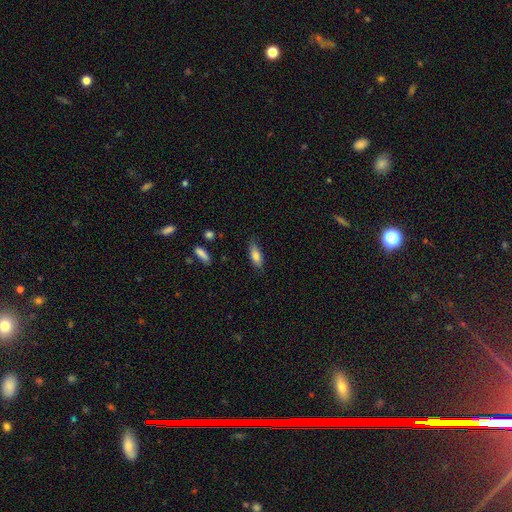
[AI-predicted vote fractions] Smooth or featured: smooth — 81% (featured or disk — 12%)
How rounded: in between — 68% (cigar-shaped — 30%)
Merging: none — 79% (minor disturbance — 16%)